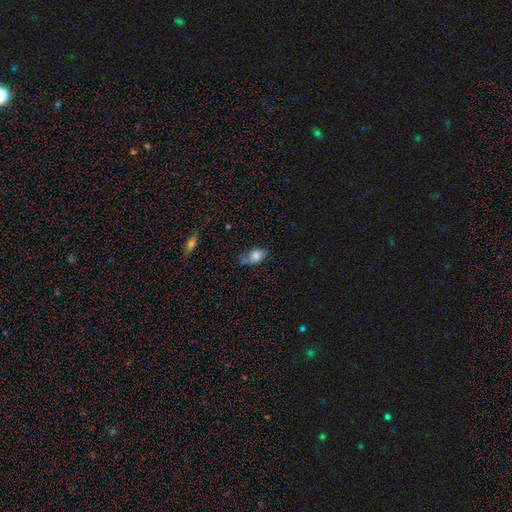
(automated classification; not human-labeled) Q: Smooth or featured?
A: smooth (72%); runner-up: featured or disk (15%)
Q: How rounded?
A: in between (75%); runner-up: round (21%)
Q: Merging?
A: none (49%); runner-up: minor disturbance (31%)